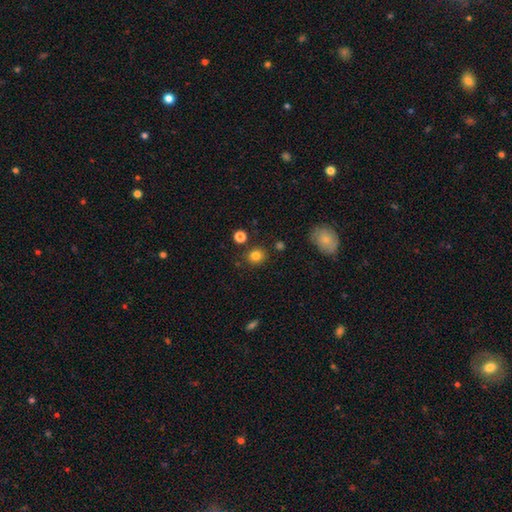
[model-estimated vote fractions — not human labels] smooth 81%, star or artifact 12%, featured or disk 6%. Down the decision tree: how rounded — round (83%); merging — none (85%).